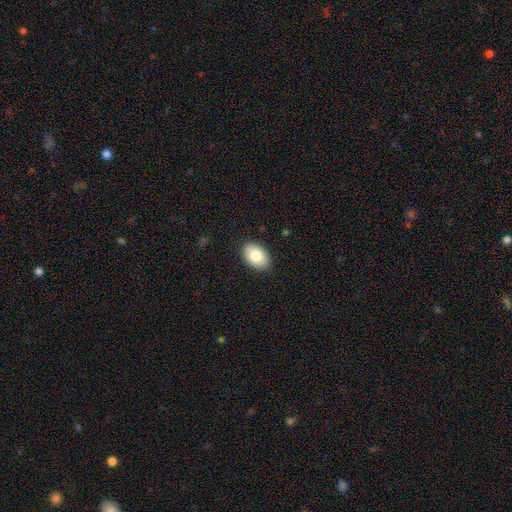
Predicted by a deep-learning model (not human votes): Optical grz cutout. It shows a smooth galaxy with no disk features (84%) that is in between round and cigar-shaped (88%). Merging: none (89%).